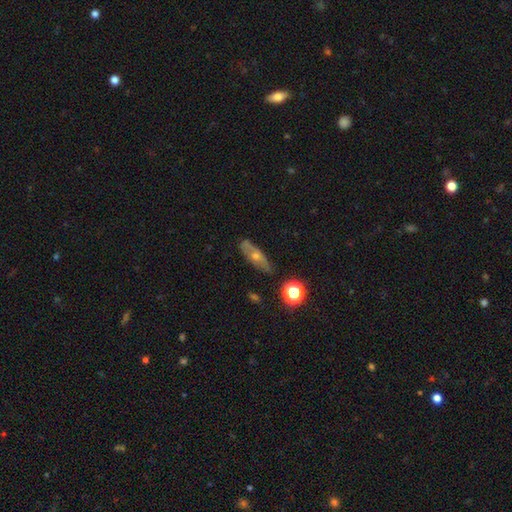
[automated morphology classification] Smooth or featured: featured or disk — 52% (smooth — 36%)
Edge-on disk: no — 59% (yes — 41%)
Merging: none — 79% (minor disturbance — 15%)